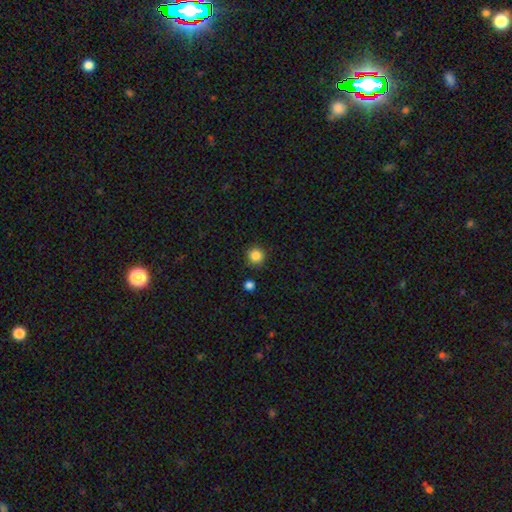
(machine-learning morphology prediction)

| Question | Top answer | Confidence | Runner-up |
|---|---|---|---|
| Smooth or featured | smooth | 86% | star or artifact (11%) |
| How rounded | round | 95% | in between (4%) |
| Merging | none | 89% | minor disturbance (7%) |